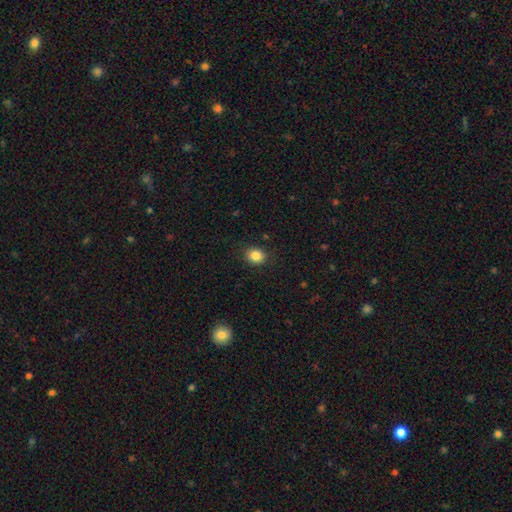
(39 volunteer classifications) Smooth or featured: smooth — 92% (star or artifact — 5%)
How rounded: round — 72% (in between — 28%)
Merging: none — 92% (major disturbance — 5%)